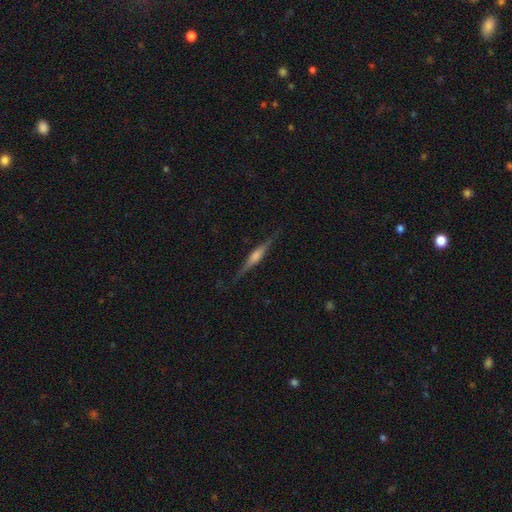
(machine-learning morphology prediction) featured or disk 81%, smooth 13%, star or artifact 6%. Down the decision tree: edge-on disk — yes (98%); edge-on bulge — rounded (72%); merging — none (88%).